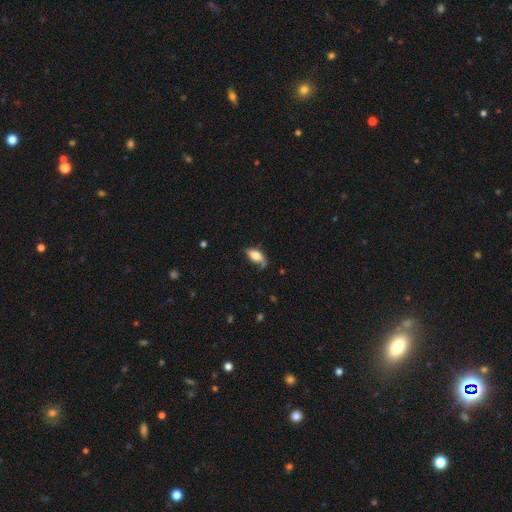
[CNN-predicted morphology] Smooth or featured: smooth — 73% (featured or disk — 19%)
How rounded: in between — 88% (cigar-shaped — 8%)
Merging: none — 50% (minor disturbance — 33%)